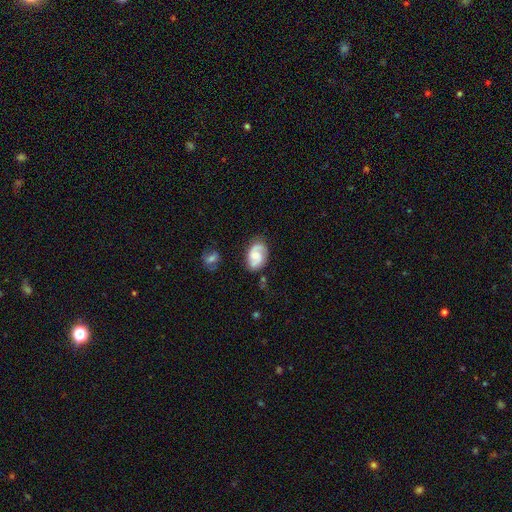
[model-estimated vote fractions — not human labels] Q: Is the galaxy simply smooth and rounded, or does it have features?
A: featured or disk — 72%.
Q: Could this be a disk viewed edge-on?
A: no — 97%.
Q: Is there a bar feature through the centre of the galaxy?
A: no — 52%.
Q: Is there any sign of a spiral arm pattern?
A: yes — 95%.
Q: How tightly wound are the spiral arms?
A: medium — 49%.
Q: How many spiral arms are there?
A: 2 — 87%.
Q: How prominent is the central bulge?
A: moderate — 40%.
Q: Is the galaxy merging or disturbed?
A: none — 76%.